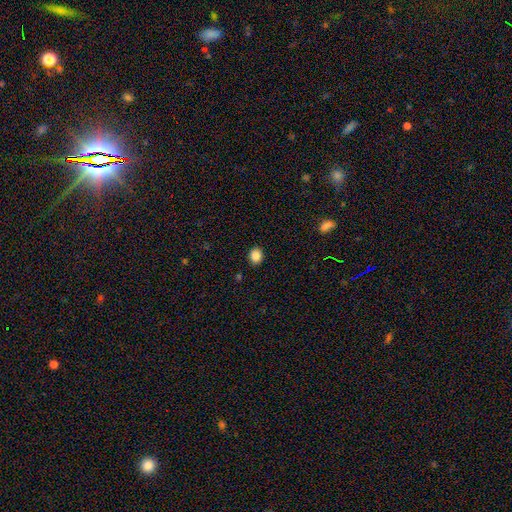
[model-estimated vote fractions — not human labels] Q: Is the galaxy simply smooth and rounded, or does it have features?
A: smooth — 86%.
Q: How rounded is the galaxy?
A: round — 61%.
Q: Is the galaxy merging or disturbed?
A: none — 91%.